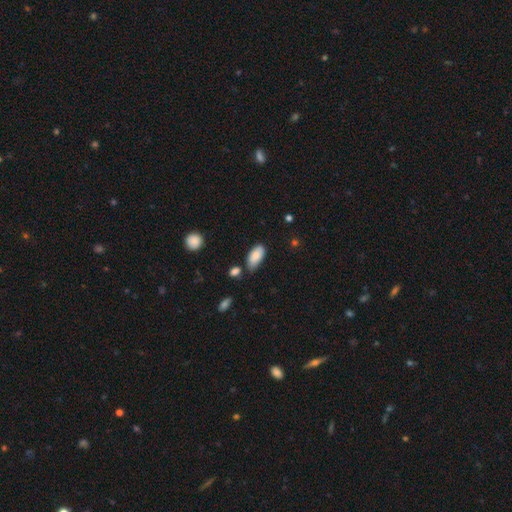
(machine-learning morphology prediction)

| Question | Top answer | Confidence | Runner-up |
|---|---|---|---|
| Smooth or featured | smooth | 82% | featured or disk (11%) |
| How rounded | in between | 92% | cigar-shaped (5%) |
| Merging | none | 64% | minor disturbance (26%) |